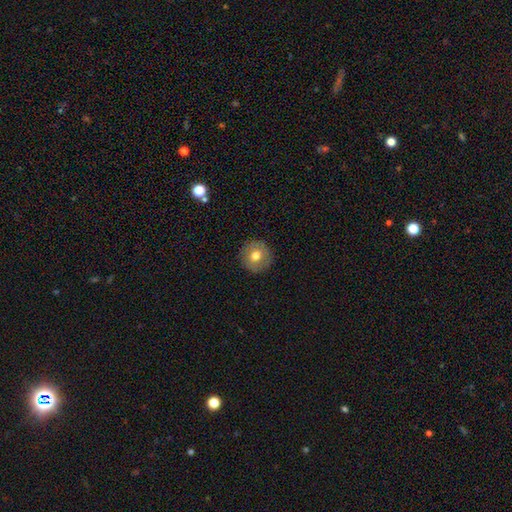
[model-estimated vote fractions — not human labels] A smooth galaxy with no disk features (70%) that is round (95%). Merging: none (90%).